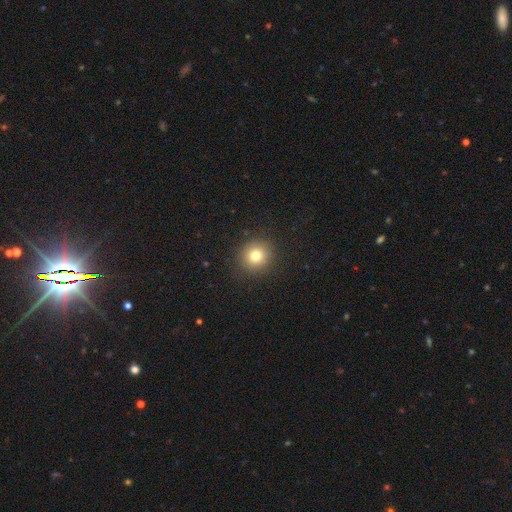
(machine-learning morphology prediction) Overall: smooth (77%). How rounded: round (91%). Merging: none (91%).